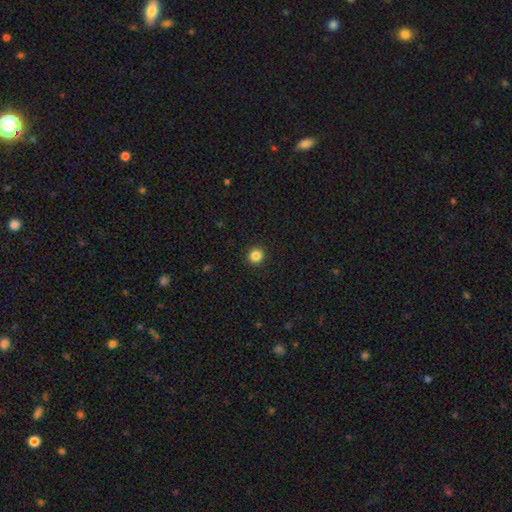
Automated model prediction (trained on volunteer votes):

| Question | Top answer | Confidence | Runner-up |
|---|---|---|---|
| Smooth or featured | smooth | 85% | star or artifact (11%) |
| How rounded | round | 93% | in between (6%) |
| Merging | none | 92% | minor disturbance (5%) |